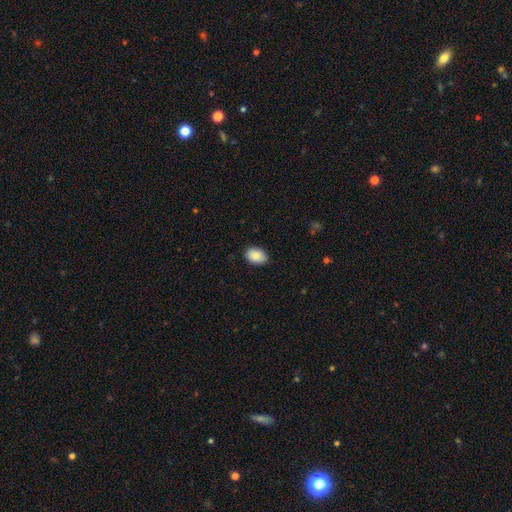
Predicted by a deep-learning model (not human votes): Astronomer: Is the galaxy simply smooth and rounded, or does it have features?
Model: smooth — 85%.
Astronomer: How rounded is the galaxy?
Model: in between — 83%.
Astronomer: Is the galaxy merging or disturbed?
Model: none — 86%.